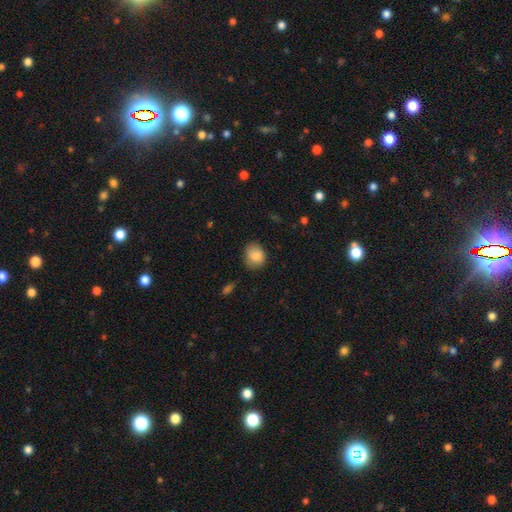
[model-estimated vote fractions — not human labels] Smooth or featured?
  - smooth: 84% *
  - star or artifact: 8%
  - featured or disk: 8%
How rounded?
  - round: 61% *
  - in between: 38%
  - cigar-shaped: 1%
Merging?
  - none: 70% *
  - minor disturbance: 24%
  - major disturbance: 5%
  - merger: 2%